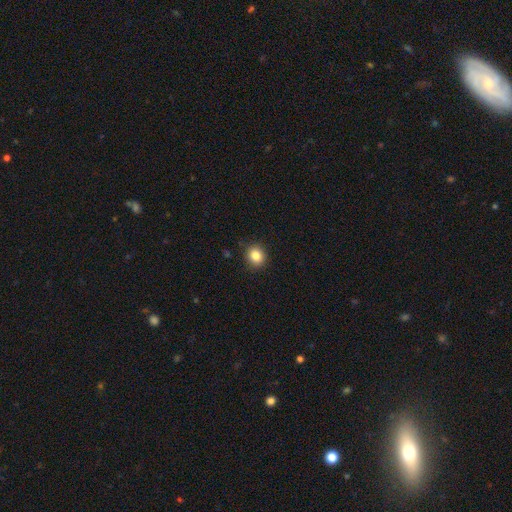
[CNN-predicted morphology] A smooth galaxy with no disk features (84%) that is round (79%).

Vote fractions:
- Smooth or featured? smooth: 84% / star or artifact: 10% / featured or disk: 5%
- How rounded? round: 79% / in between: 20% / cigar-shaped: 1%
- Merging? none: 89% / minor disturbance: 8% / major disturbance: 2% / merger: 1%